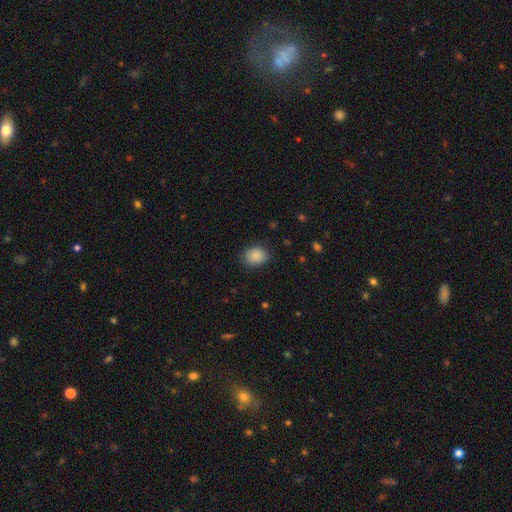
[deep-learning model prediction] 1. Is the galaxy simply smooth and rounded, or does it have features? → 88% smooth, 8% star or artifact, 5% featured or disk.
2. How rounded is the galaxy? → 58% in between, 41% round, 1% cigar-shaped.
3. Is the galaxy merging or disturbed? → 78% none, 17% minor disturbance, 4% major disturbance, 1% merger.